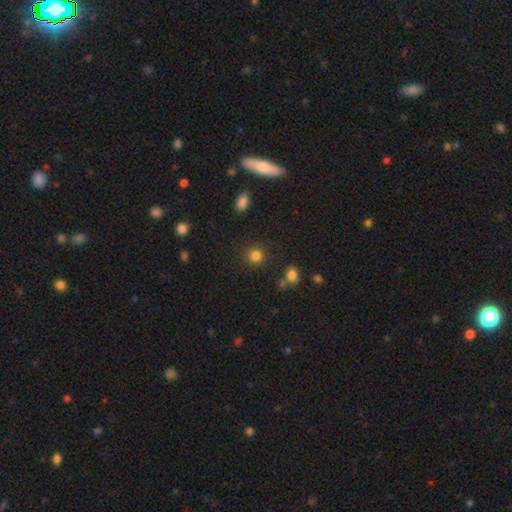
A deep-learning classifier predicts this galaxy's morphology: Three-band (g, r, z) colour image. It shows a smooth galaxy with no disk features (82%) that is round (89%). Merging: none (86%).